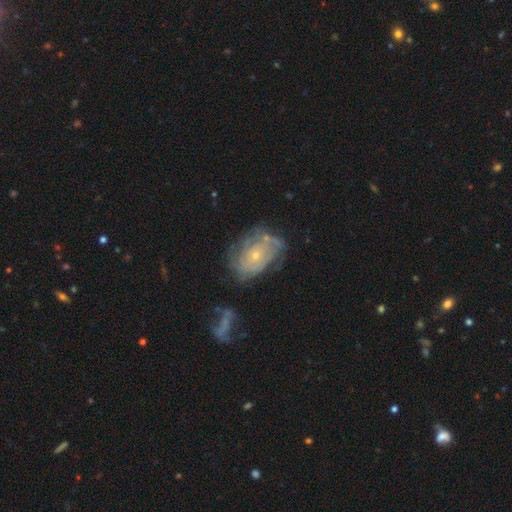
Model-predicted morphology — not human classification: Smooth or featured? featured or disk (73%)
Edge-on disk? no (96%)
Bar? no (82%)
Spiral arms? yes (77%)
Spiral winding? tight (62%)
Spiral arm count? can't tell (54%)
Bulge size? small (73%)
Merging? none (53%)